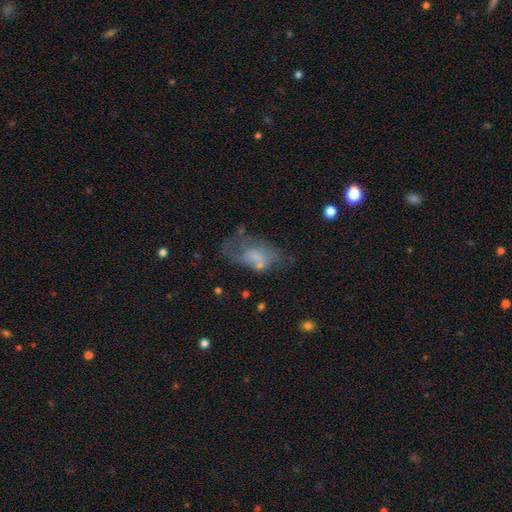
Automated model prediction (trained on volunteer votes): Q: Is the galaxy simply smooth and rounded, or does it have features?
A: smooth — 46%.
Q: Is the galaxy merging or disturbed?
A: major disturbance — 33%, tied with none.